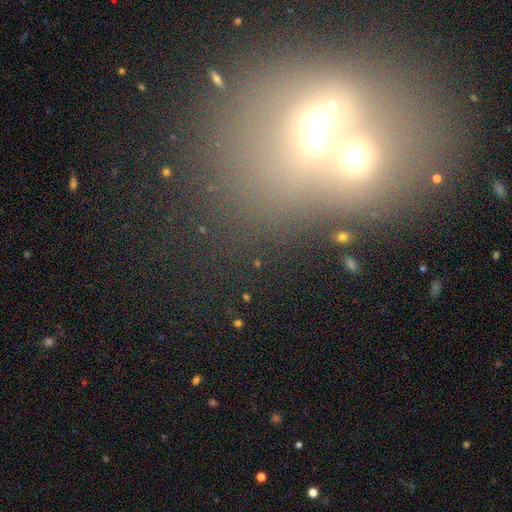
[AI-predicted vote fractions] Smooth or featured: smooth — 40% (star or artifact — 34%)
Merging: merger — 64% (none — 25%)